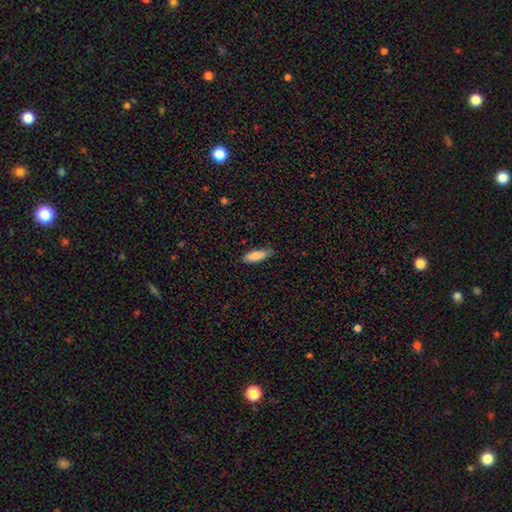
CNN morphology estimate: type=smooth (86%); roundness=in between (54%); merging=none (73%).